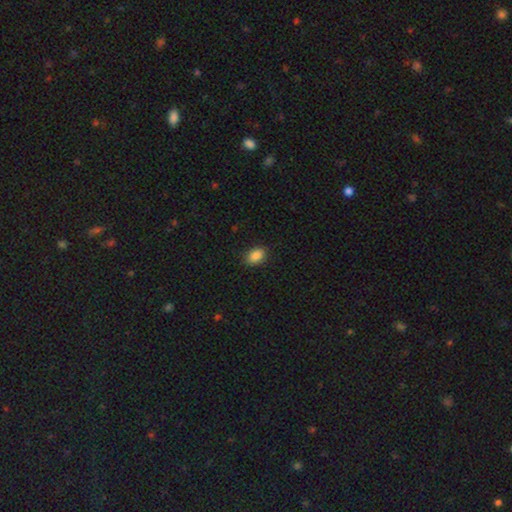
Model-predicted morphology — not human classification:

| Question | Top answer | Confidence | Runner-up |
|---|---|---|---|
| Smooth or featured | smooth | 88% | star or artifact (8%) |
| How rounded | in between | 87% | round (11%) |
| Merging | none | 88% | minor disturbance (9%) |